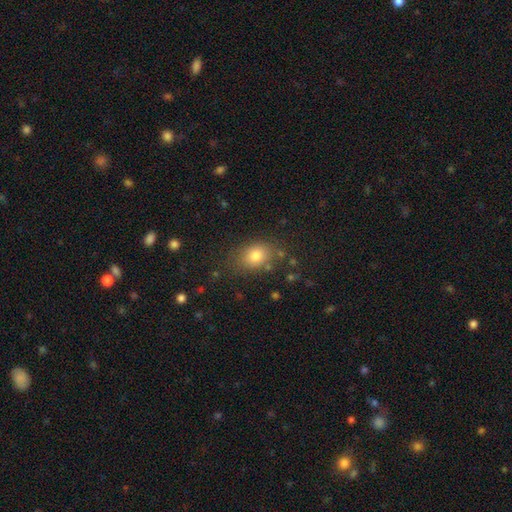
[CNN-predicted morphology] This is likely a smooth galaxy (79%). How rounded: likely in between (61%). Merging: likely none (77%).